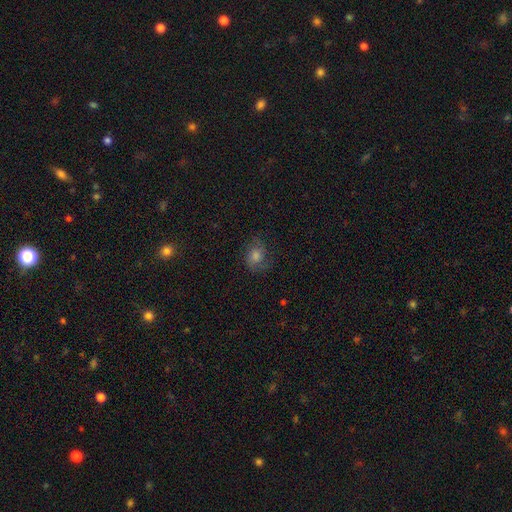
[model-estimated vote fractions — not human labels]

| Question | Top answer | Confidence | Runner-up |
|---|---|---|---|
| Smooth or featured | featured or disk | 43% | smooth (41%) |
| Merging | none | 69% | minor disturbance (19%) |